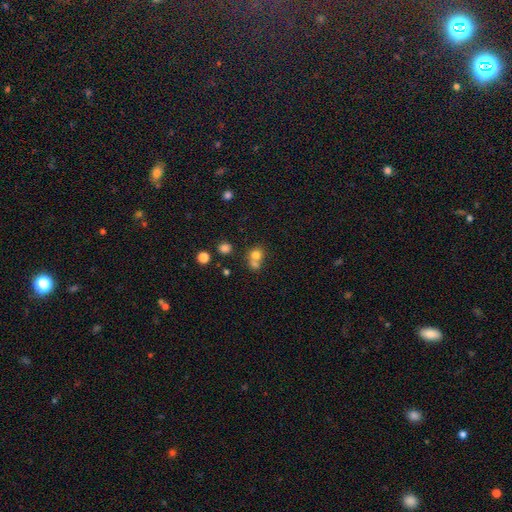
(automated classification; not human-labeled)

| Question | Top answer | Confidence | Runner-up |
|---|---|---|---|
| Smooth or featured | smooth | 75% | star or artifact (13%) |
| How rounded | round | 79% | in between (20%) |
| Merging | merger | 50% | none (40%) |